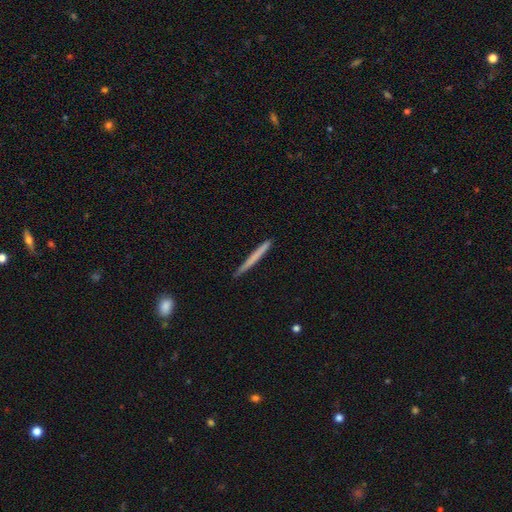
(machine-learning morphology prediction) Smooth or featured? smooth (60%)
How rounded? cigar-shaped (97%)
Merging? none (90%)